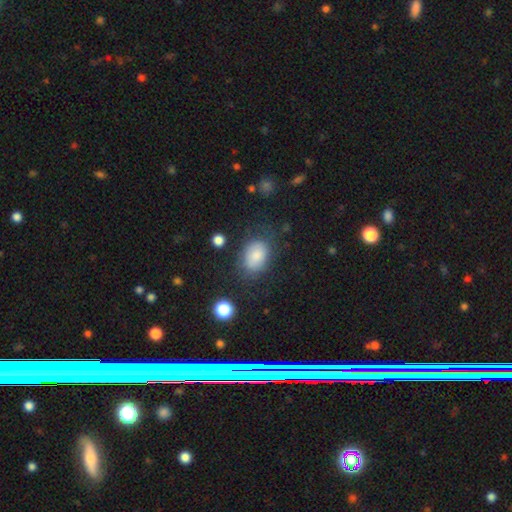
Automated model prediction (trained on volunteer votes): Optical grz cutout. It shows a smooth galaxy with no disk features (82%) that is in between round and cigar-shaped (78%). Merging: none (66%).